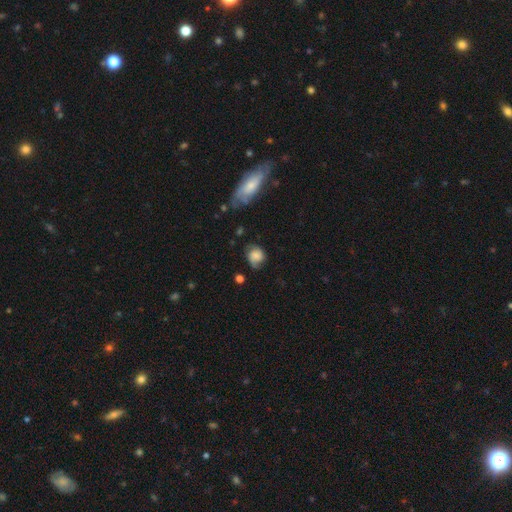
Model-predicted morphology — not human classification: Smooth or featured? smooth (64%)
How rounded? round (63%)
Merging? none (55%)